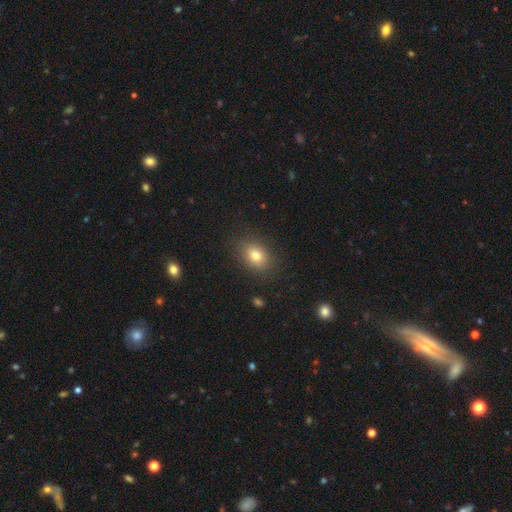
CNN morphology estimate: Smooth or featured? Predicted: smooth (p=0.78). How rounded? Predicted: in between (p=0.66). Merging? Predicted: none (p=0.86).